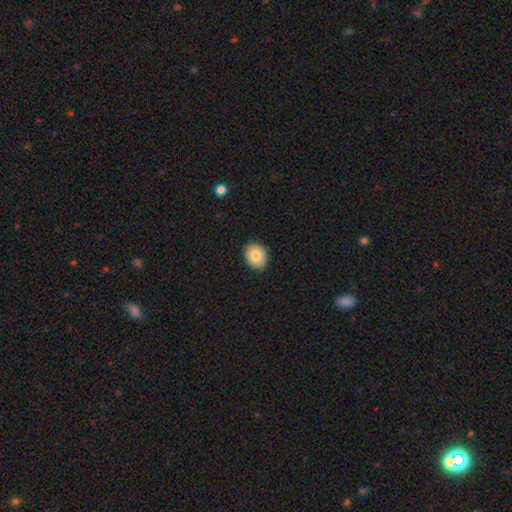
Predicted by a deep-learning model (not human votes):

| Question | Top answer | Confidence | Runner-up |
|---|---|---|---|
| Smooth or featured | smooth | 82% | featured or disk (10%) |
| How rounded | in between | 57% | round (42%) |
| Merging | none | 90% | minor disturbance (8%) |